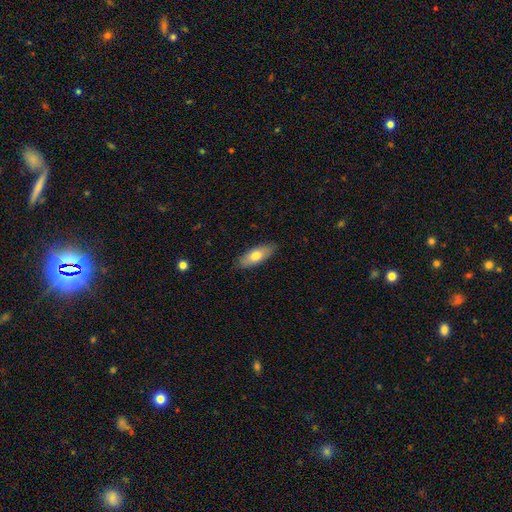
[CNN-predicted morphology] A smooth galaxy with no disk features (72%) that is in between round and cigar-shaped (78%).

Vote fractions:
- Smooth or featured? smooth: 72% / featured or disk: 22% / star or artifact: 6%
- How rounded? in between: 78% / cigar-shaped: 20% / round: 2%
- Merging? none: 86% / minor disturbance: 11% / major disturbance: 2% / merger: 1%